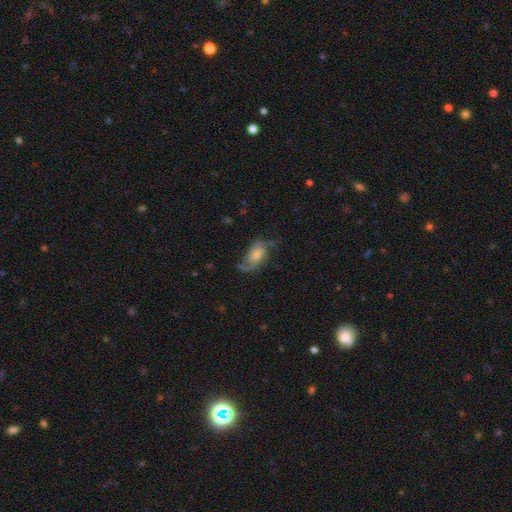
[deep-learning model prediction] smooth-or-featured: featured or disk: 77% | smooth: 16% | star or artifact: 8%
  disk-edge-on: no: 96% | yes: 4%
    bar: no: 53% | weak: 38% | strong: 8%
    has-spiral-arms: yes: 94% | no: 6%
      spiral-winding: loose: 44% | medium: 41% | tight: 15%
      spiral-arm-count: 2: 80% | 1: 8% | can't tell: 7% | 3: 3% | 4: 1% | more than 4: 1%
    bulge-size: moderate: 42% | small: 31% | large: 14% | none: 11% | dominant: 2%
  merging: none: 61% | minor disturbance: 21% | major disturbance: 16% | merger: 2%